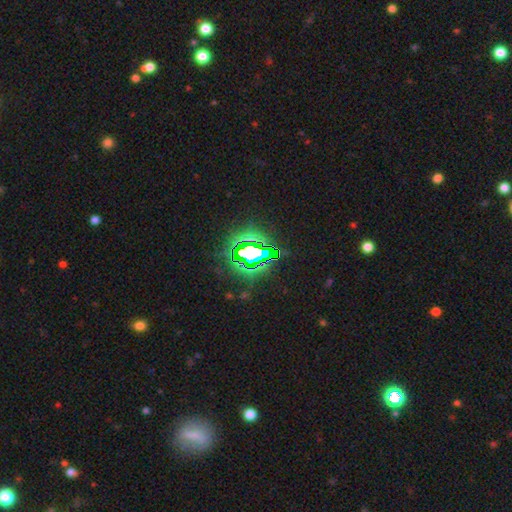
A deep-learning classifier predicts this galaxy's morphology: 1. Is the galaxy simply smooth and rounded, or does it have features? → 78% star or artifact, 11% smooth, 10% featured or disk.